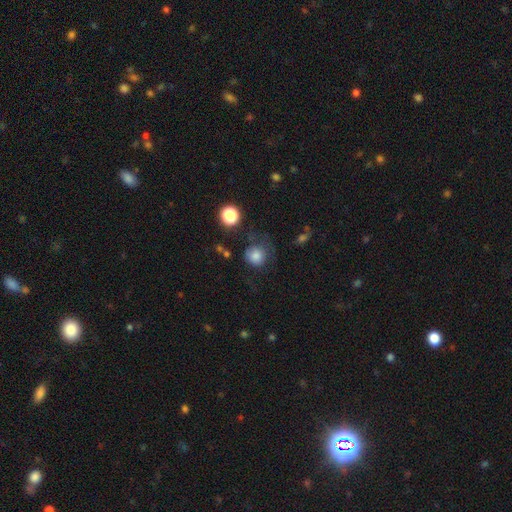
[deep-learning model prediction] Morphology: type=smooth (78%); roundness=round (86%); merging=none (52%).